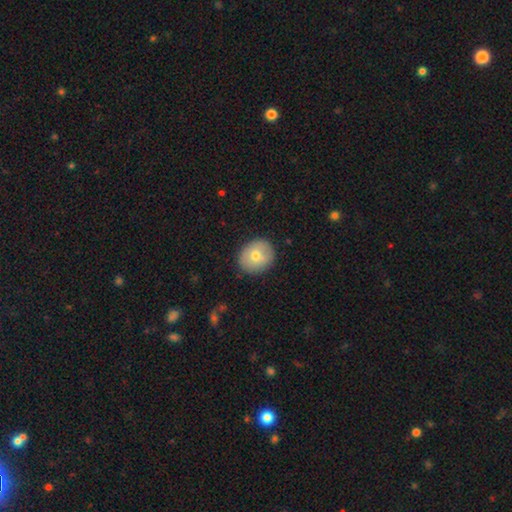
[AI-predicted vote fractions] Smooth or featured: smooth — 71% (featured or disk — 21%)
How rounded: round — 73% (in between — 26%)
Merging: none — 86% (minor disturbance — 10%)